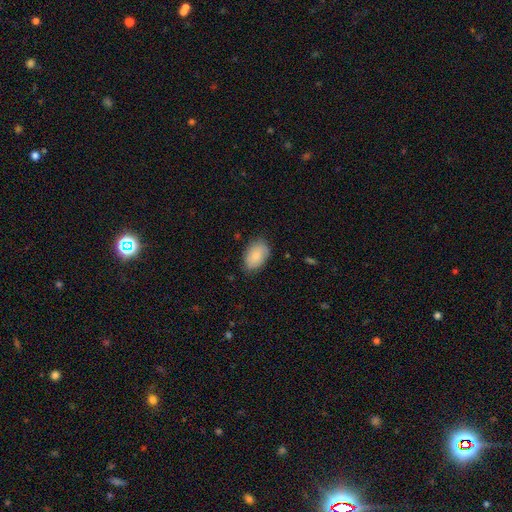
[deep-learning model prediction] smooth 84%, featured or disk 10%, star or artifact 6%. Down the decision tree: how rounded — in between (91%); merging — none (80%).